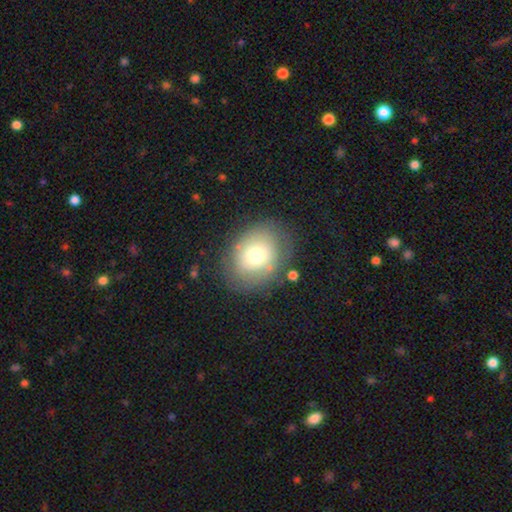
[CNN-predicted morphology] Overall: smooth (64%; featured or disk 27%). How rounded: in between (57%; round 42%). Merging: none (73%).